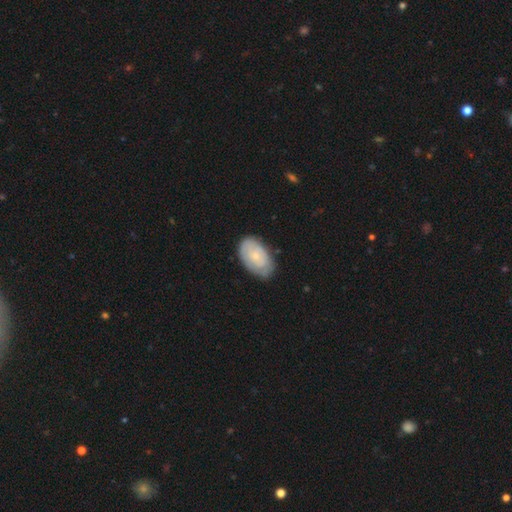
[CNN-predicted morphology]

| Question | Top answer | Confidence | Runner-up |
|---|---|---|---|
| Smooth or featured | smooth | 52% | featured or disk (43%) |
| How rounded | in between | 92% | round (6%) |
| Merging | none | 72% | minor disturbance (22%) |